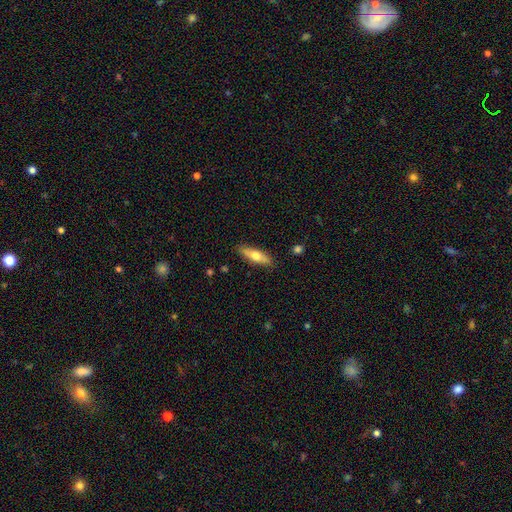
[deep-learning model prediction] Smooth or featured?
  - smooth: 62% *
  - featured or disk: 33%
  - star or artifact: 6%
How rounded?
  - cigar-shaped: 56% *
  - in between: 42%
  - round: 2%
Merging?
  - none: 87% *
  - minor disturbance: 9%
  - major disturbance: 2%
  - merger: 1%